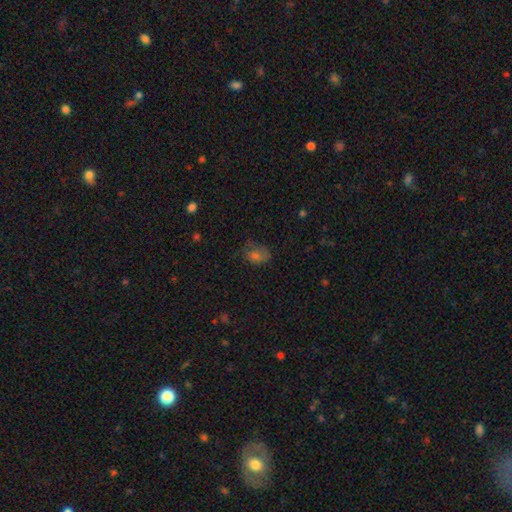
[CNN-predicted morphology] This is likely a smooth galaxy (65%). How rounded: likely in between (62%). Merging: possibly none (53%).